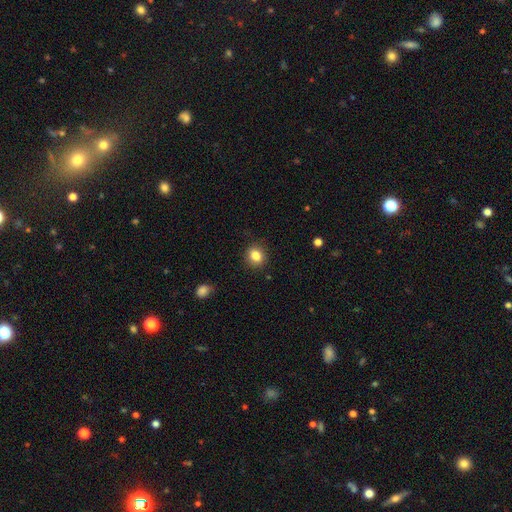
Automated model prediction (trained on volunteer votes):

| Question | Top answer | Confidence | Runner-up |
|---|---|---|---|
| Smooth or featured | smooth | 84% | star or artifact (10%) |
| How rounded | round | 71% | in between (28%) |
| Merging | none | 89% | minor disturbance (8%) |